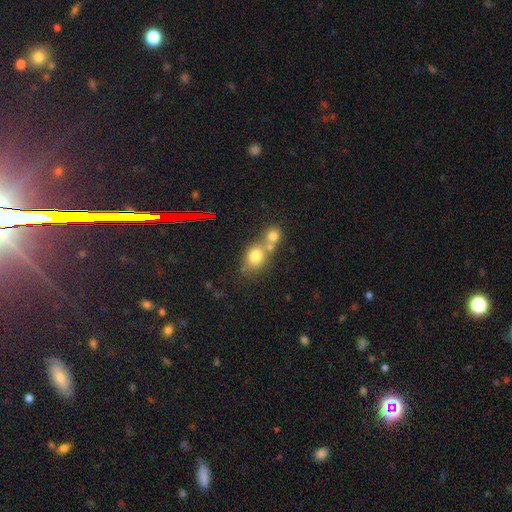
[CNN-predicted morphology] Smooth or featured? smooth (75%)
How rounded? round (63%)
Merging? merger (53%)